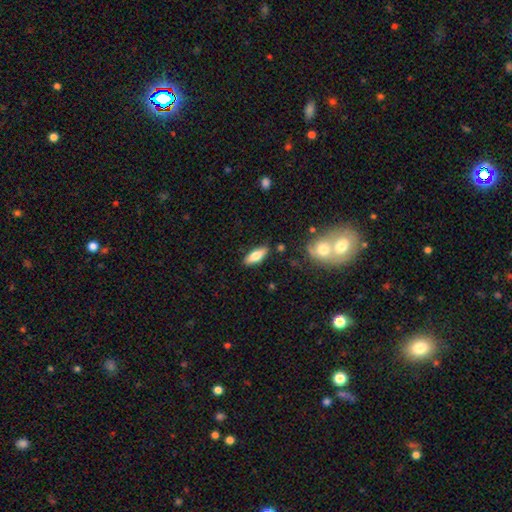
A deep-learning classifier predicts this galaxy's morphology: This appears to be a smooth galaxy with no disk features (68%) that is in between round and cigar-shaped (64%). Merging: none (83%).